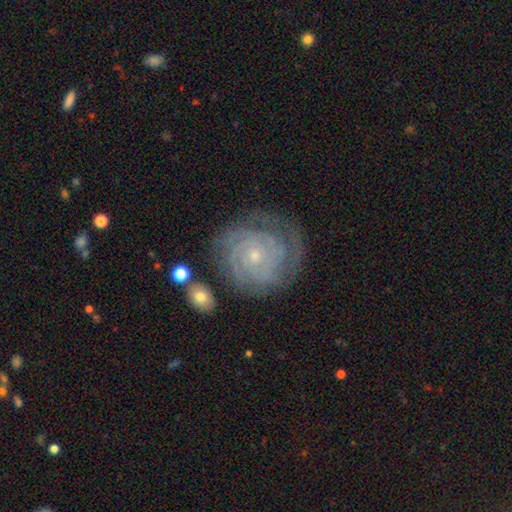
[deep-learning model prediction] smooth-or-featured: featured or disk: 84% | smooth: 9% | star or artifact: 7%
  disk-edge-on: no: 97% | yes: 3%
    bar: no: 81% | weak: 15% | strong: 4%
    has-spiral-arms: yes: 96% | no: 4%
      spiral-winding: tight: 82% | medium: 15% | loose: 3%
      spiral-arm-count: can't tell: 28% | 3: 23% | 2: 21% | 4: 16% | more than 4: 7% | 1: 6%
    bulge-size: small: 82% | moderate: 14% | none: 2% | large: 1% | dominant: 1%
  merging: none: 73% | minor disturbance: 17% | major disturbance: 7% | merger: 3%